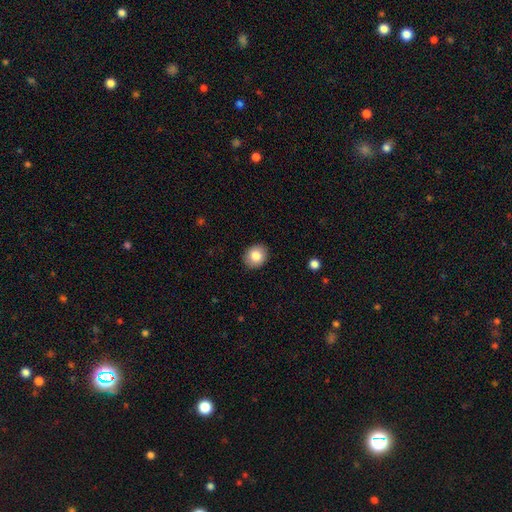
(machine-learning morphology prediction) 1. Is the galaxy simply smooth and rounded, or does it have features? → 83% smooth, 9% star or artifact, 8% featured or disk.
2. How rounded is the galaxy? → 61% round, 38% in between, 1% cigar-shaped.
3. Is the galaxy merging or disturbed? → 89% none, 8% minor disturbance, 2% major disturbance, 1% merger.